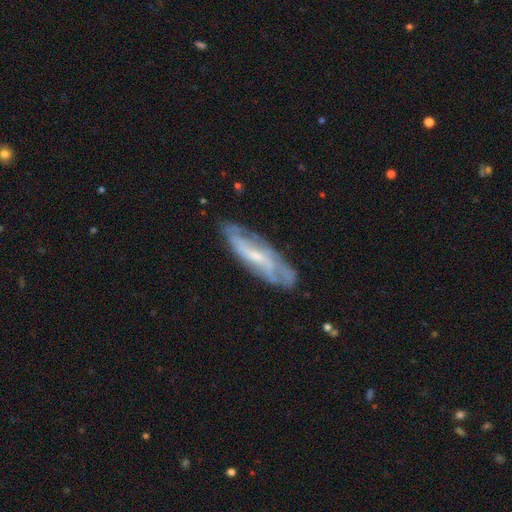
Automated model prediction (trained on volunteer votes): Smooth or featured? featured or disk (66%)
Edge-on disk? no (67%)
Merging? none (70%)